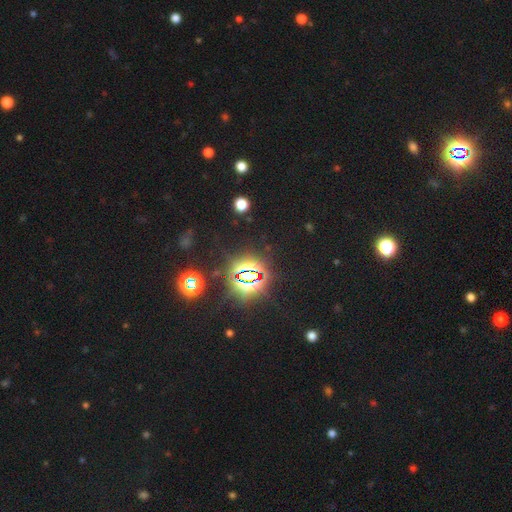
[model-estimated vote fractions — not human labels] smooth-or-featured: star or artifact: 80% | smooth: 15% | featured or disk: 6%